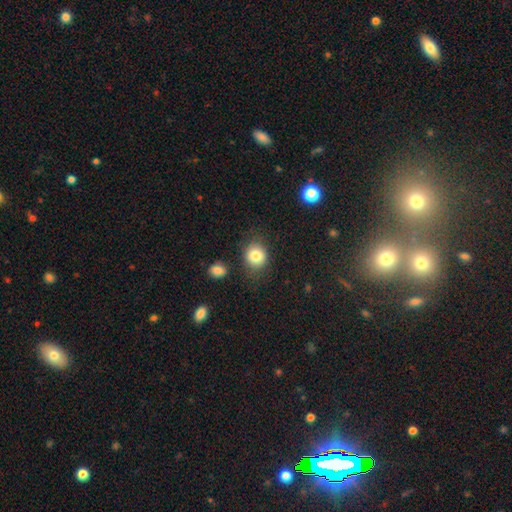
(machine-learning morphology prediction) smooth_or_featured: smooth (p=0.82) [alt: star or artifact p=0.10]
how_rounded: round (p=0.73) [alt: in between p=0.26]
merging: none (p=0.78) [alt: minor disturbance p=0.13]